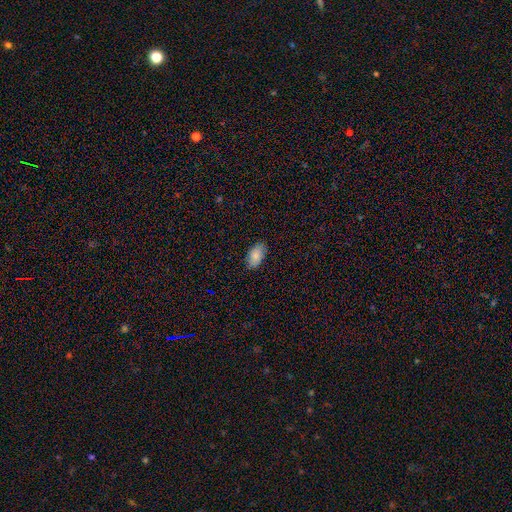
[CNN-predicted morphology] Smooth or featured: smooth — 85% (featured or disk — 8%)
How rounded: in between — 94% (round — 4%)
Merging: none — 85% (minor disturbance — 12%)